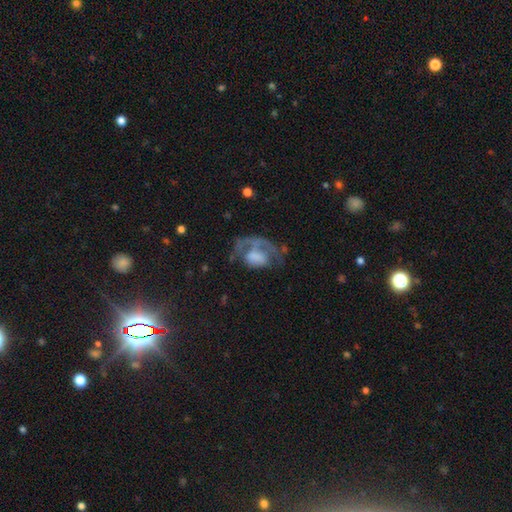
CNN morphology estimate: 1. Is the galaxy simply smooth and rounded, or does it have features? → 52% featured or disk, 39% smooth, 9% star or artifact.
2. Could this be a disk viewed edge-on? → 97% no, 3% yes.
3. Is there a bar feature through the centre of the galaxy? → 78% no, 17% weak, 5% strong.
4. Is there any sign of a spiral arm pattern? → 56% no, 44% yes.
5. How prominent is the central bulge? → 37% none, 27% large, 18% moderate, 12% small, 6% dominant.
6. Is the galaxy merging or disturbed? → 43% major disturbance, 31% none, 21% minor disturbance, 5% merger.